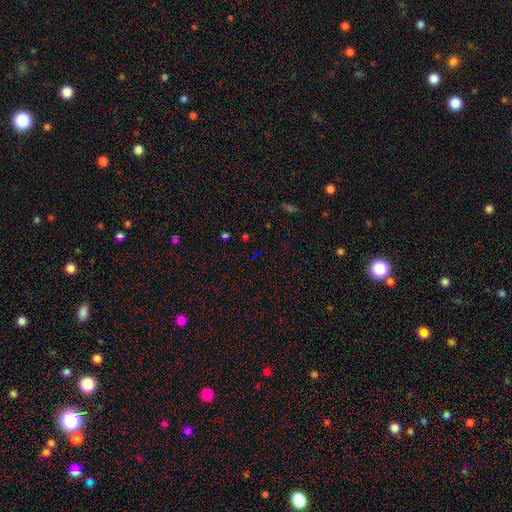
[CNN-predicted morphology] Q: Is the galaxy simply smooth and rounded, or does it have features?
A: star or artifact — 67%.